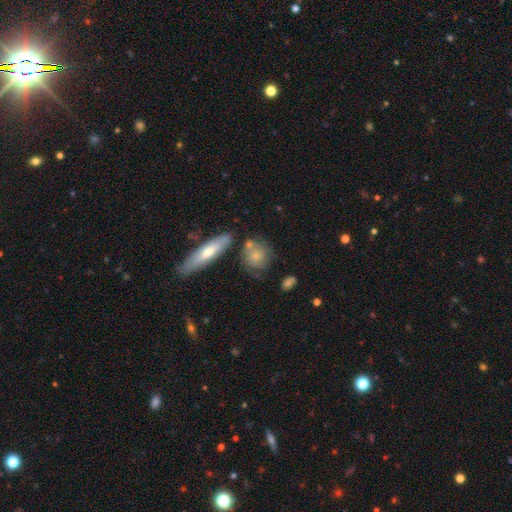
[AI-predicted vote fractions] Smooth or featured? Predicted: smooth (p=0.69). How rounded? Predicted: round (p=0.62). Merging? Predicted: none (p=0.59).